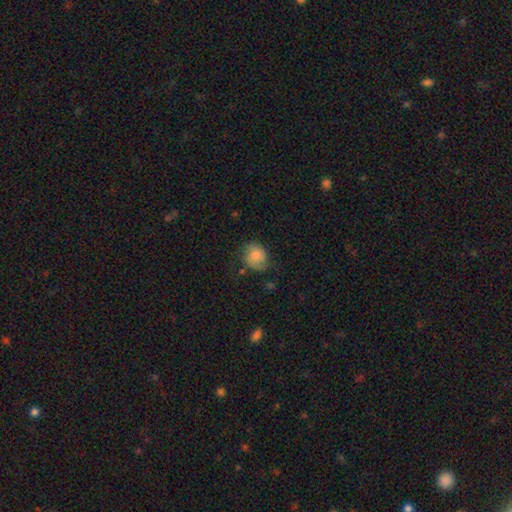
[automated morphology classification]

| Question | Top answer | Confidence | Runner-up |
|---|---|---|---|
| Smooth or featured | smooth | 69% | featured or disk (23%) |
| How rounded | round | 68% | in between (31%) |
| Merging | none | 59% | minor disturbance (28%) |